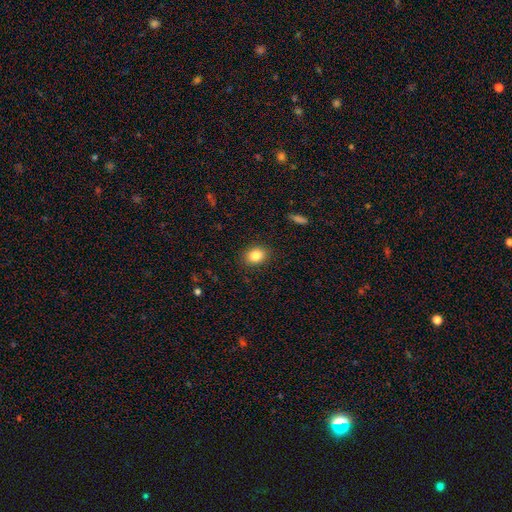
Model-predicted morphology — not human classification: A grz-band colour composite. It shows a smooth galaxy with no disk features (84%) that is in between round and cigar-shaped (59%). Merging: none (88%).